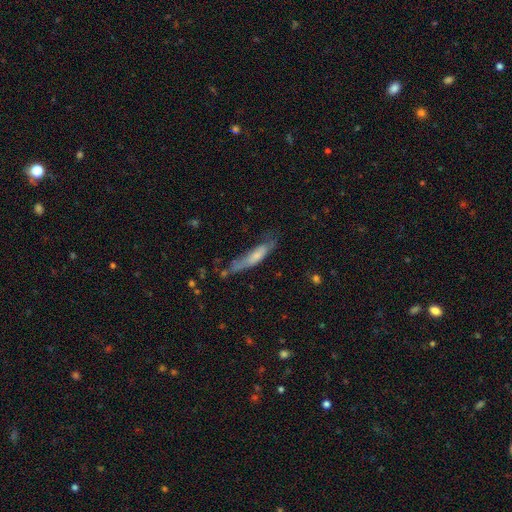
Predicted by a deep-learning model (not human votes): Overall: smooth (56%; featured or disk 36%). How rounded: cigar-shaped (81%). Merging: none (44%; minor disturbance 31%).